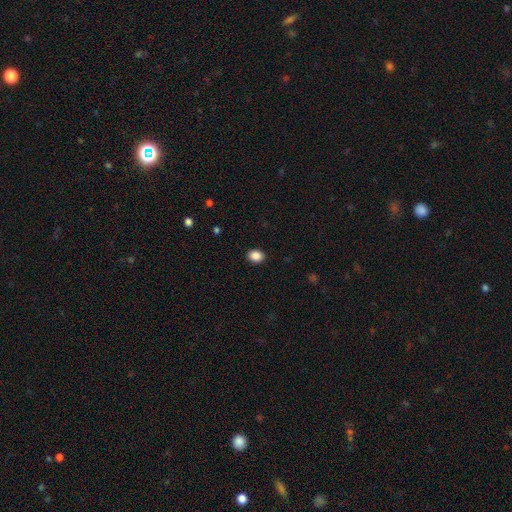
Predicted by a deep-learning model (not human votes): Smooth or featured? Predicted: smooth (p=0.88). How rounded? Predicted: in between (p=0.51). Merging? Predicted: none (p=0.91).